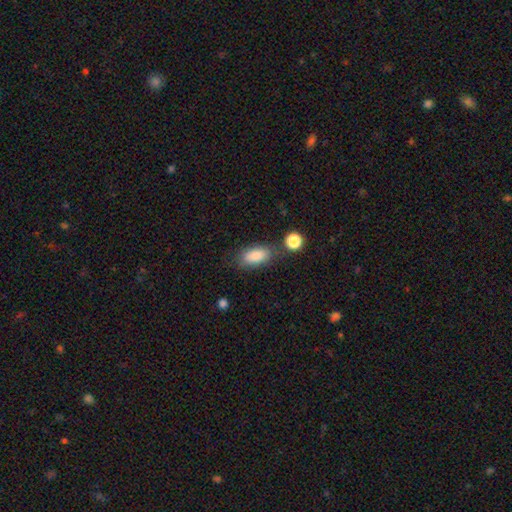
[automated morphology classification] A smooth galaxy with no disk features (86%) that is in between round and cigar-shaped (88%).

Vote fractions:
- Smooth or featured? smooth: 86% / star or artifact: 8% / featured or disk: 7%
- How rounded? in between: 88% / cigar-shaped: 8% / round: 4%
- Merging? none: 71% / minor disturbance: 16% / merger: 7% / major disturbance: 5%